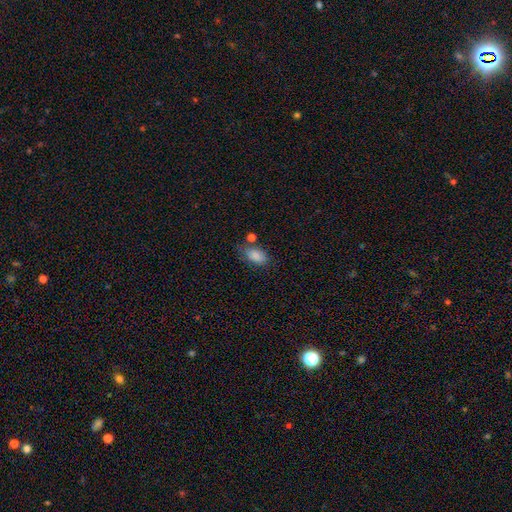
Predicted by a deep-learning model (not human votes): Smooth or featured? smooth (86%)
How rounded? in between (91%)
Merging? none (61%)